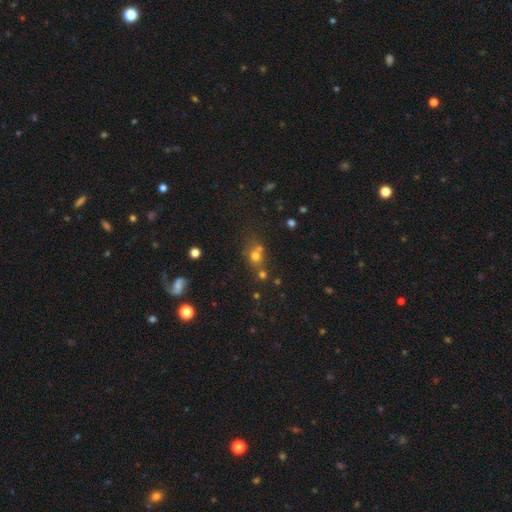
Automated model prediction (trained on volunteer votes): The model was most divided on "merging": none: 49%, merger: 35%, minor disturbance: 10%, major disturbance: 5%. More confident: how rounded — round (76%); smooth or featured — smooth (64%).